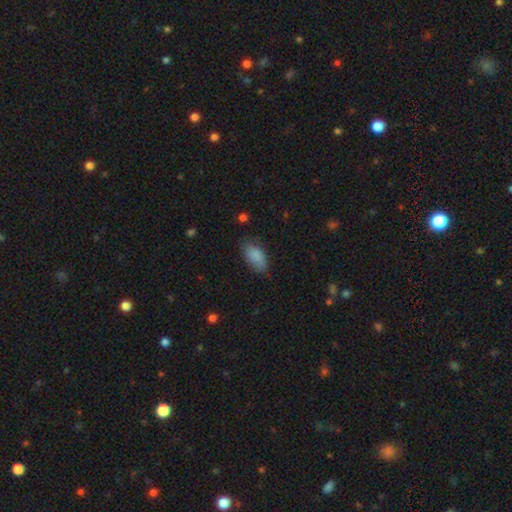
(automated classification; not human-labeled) smooth_or_featured: smooth (p=0.86) [alt: star or artifact p=0.07]
how_rounded: in between (p=0.92) [alt: cigar-shaped p=0.05]
merging: none (p=0.71) [alt: minor disturbance p=0.23]